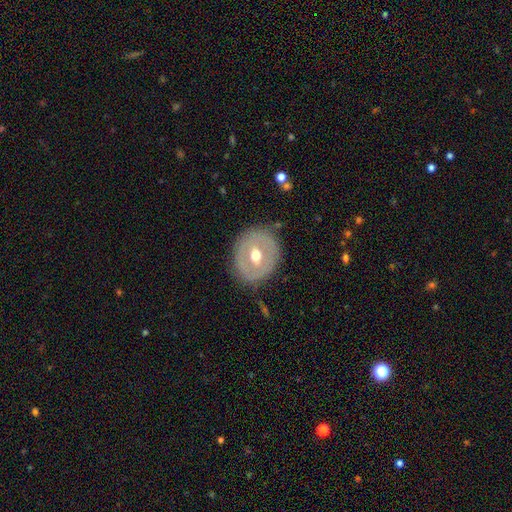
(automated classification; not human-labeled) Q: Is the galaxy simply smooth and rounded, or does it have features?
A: featured or disk — 52%.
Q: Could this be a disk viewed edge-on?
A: no — 93%.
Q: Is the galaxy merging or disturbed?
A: none — 79%.